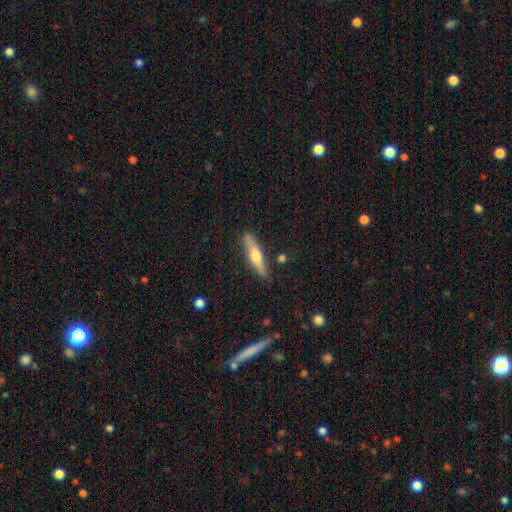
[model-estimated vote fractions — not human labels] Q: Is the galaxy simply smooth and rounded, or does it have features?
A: featured or disk — 48%.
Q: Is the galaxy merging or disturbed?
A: none — 84%.